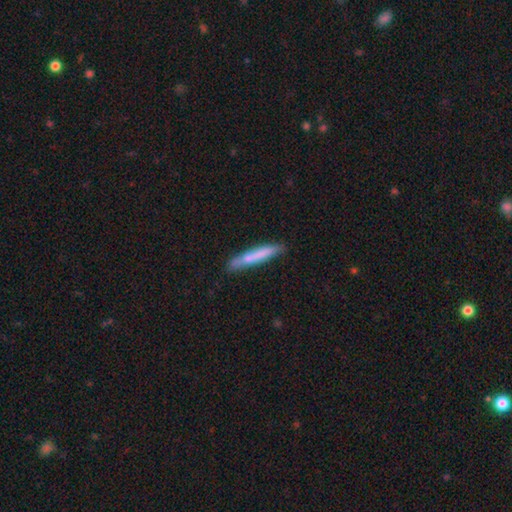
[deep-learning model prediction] Overall: smooth (69%). How rounded: cigar-shaped (94%). Merging: none (76%).